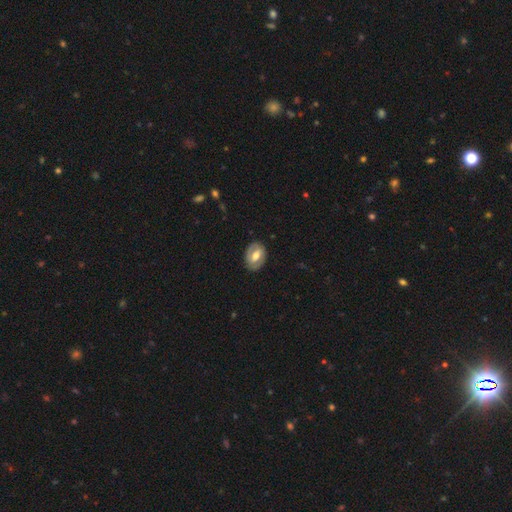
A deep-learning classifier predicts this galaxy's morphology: The model was most divided on "bar": weak: 42%, no: 34%, strong: 24%. More confident: edge-on disk — no (94%); merging — none (83%); bulge size — moderate (70%); spiral arms — no (56%); smooth or featured — featured or disk (54%).